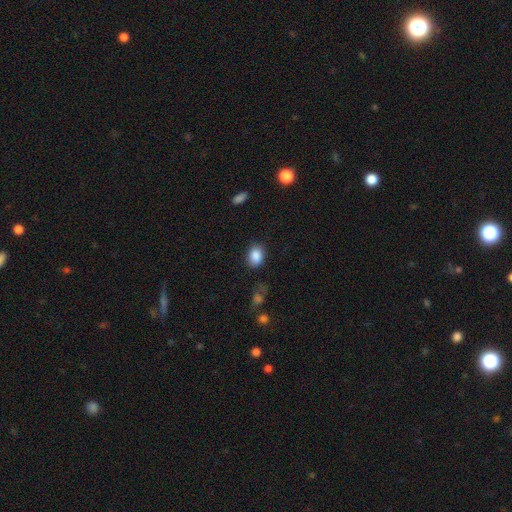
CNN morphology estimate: smooth_or_featured: smooth (p=0.88) [alt: star or artifact p=0.08]
how_rounded: in between (p=0.69) [alt: round p=0.30]
merging: none (p=0.81) [alt: minor disturbance p=0.13]